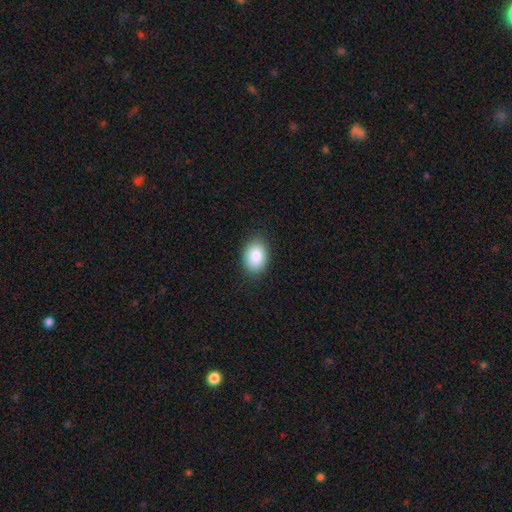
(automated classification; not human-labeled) Smooth or featured? Predicted: smooth (p=0.87). How rounded? Predicted: in between (p=0.79). Merging? Predicted: none (p=0.87).